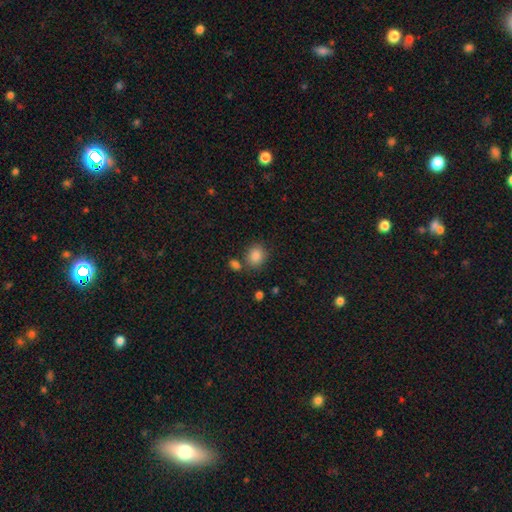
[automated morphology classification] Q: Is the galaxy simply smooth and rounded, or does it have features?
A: smooth — 86%.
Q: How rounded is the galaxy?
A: round — 68%.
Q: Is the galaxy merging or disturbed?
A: none — 73%.